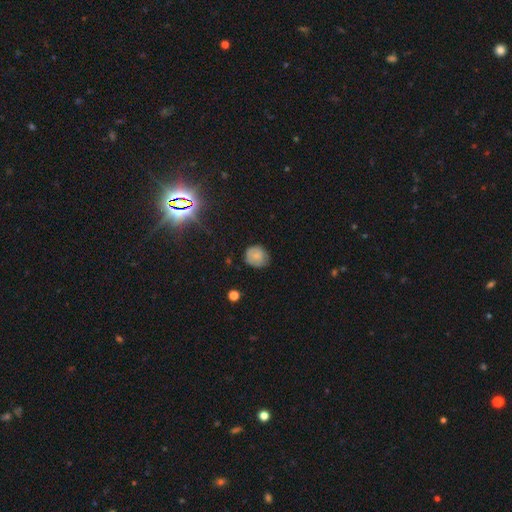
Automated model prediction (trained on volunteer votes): Overall: smooth (72%). How rounded: round (80%). Merging: none (71%).